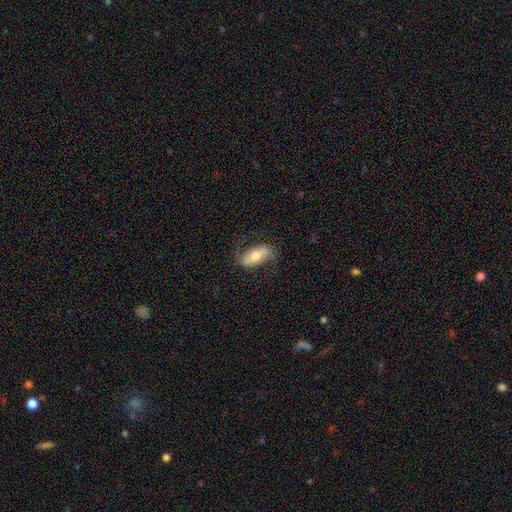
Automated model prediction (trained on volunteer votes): Smooth or featured? featured or disk (49%)
Merging? none (73%)